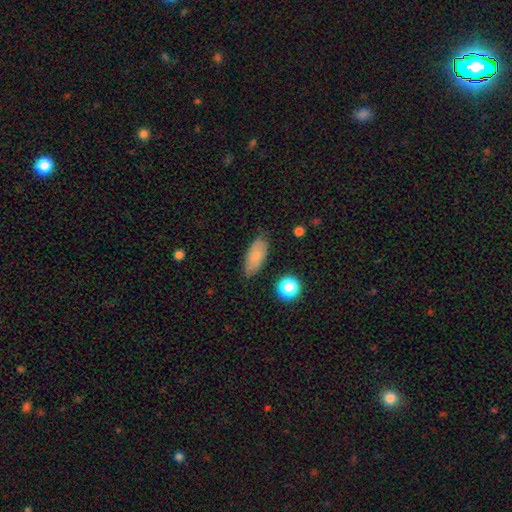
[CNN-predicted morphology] A smooth galaxy with no disk features (79%) that is in between round and cigar-shaped (86%).

Vote fractions:
- Smooth or featured? smooth: 79% / featured or disk: 13% / star or artifact: 8%
- How rounded? in between: 86% / cigar-shaped: 11% / round: 3%
- Merging? none: 79% / minor disturbance: 16% / major disturbance: 3% / merger: 2%